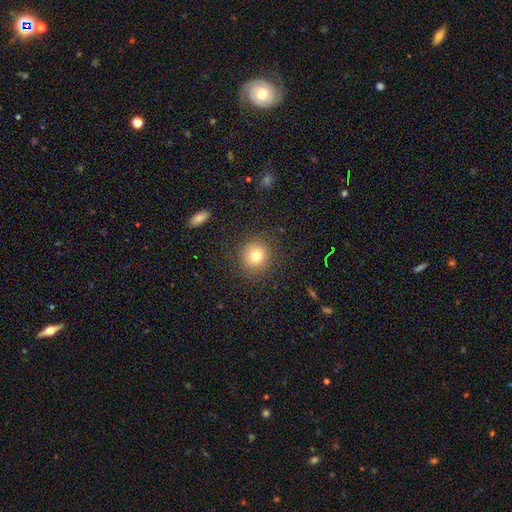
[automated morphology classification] Overall: smooth (76%). How rounded: round (91%). Merging: none (87%).